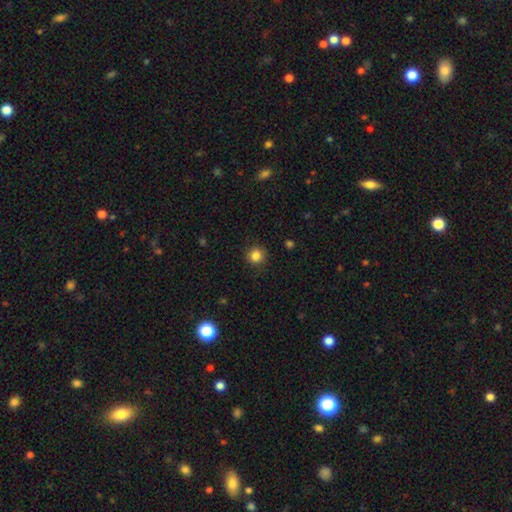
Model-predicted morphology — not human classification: This appears to be a smooth galaxy with no disk features (84%) that is round (92%). Merging: none (89%).